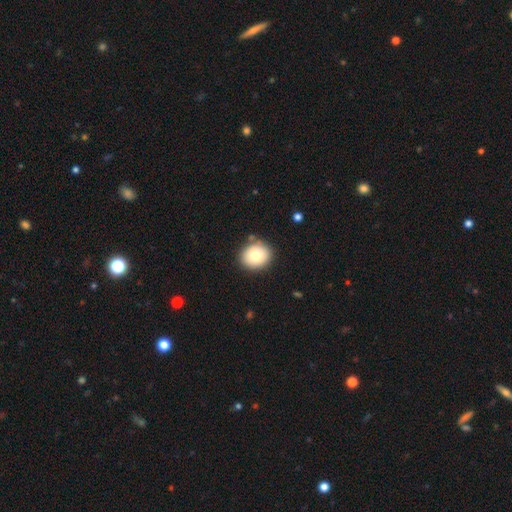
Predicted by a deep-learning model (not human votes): smooth_or_featured: smooth (p=0.78) [alt: featured or disk p=0.13]
how_rounded: round (p=0.72) [alt: in between p=0.28]
merging: none (p=0.85) [alt: minor disturbance p=0.10]